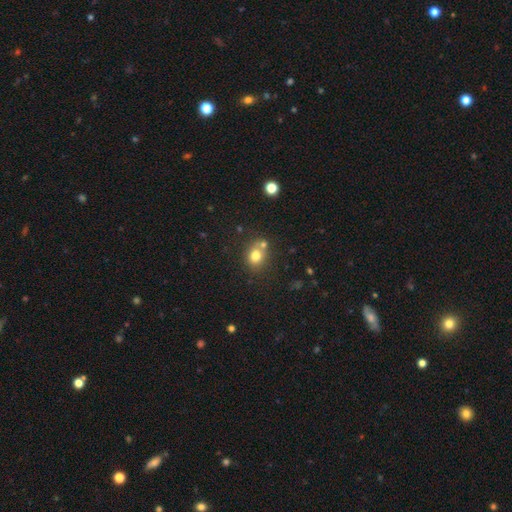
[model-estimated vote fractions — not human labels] Smooth or featured? Predicted: smooth (p=0.76). How rounded? Predicted: round (p=0.67). Merging? Predicted: none (p=0.59).